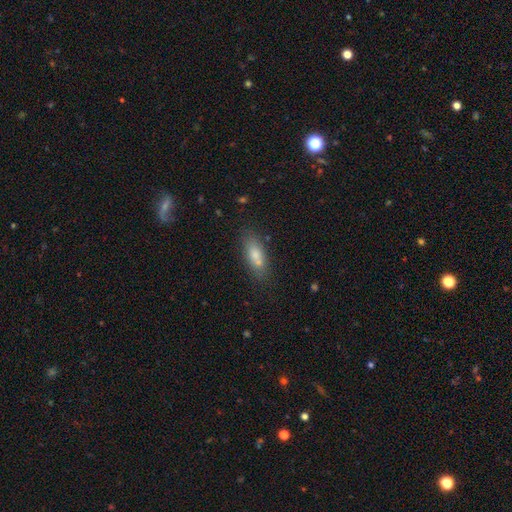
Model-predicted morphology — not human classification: type=smooth (75%); roundness=in between (73%); merging=none (66%).